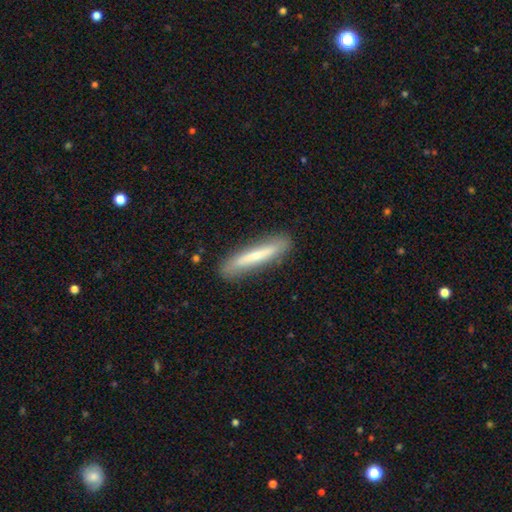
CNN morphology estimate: Smooth or featured: smooth — 60% (featured or disk — 34%)
How rounded: cigar-shaped — 92% (in between — 6%)
Merging: none — 85% (minor disturbance — 11%)